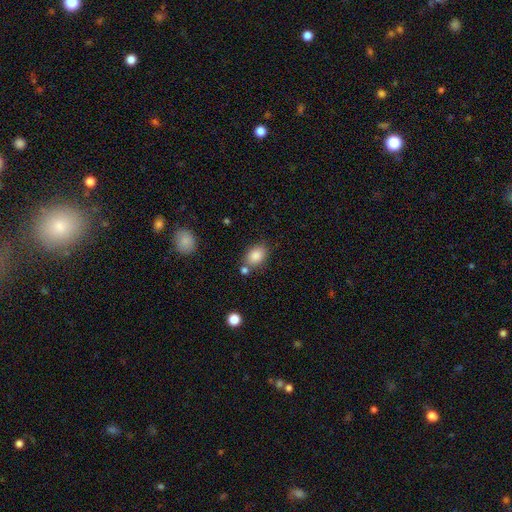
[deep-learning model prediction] smooth 86%, star or artifact 8%, featured or disk 6%. Down the decision tree: how rounded — in between (72%); merging — none (67%).